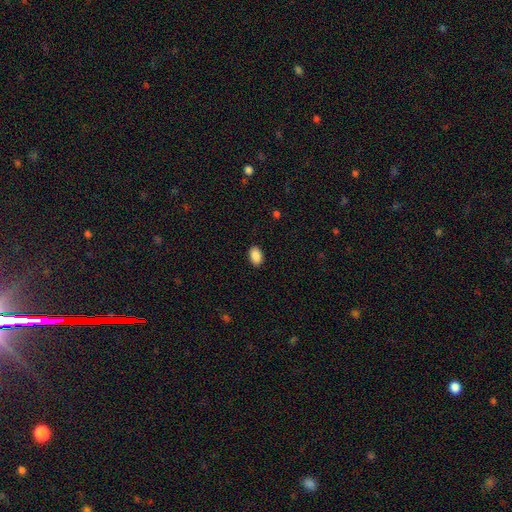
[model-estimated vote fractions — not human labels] Smooth or featured: smooth — 90% (star or artifact — 7%)
How rounded: in between — 90% (round — 9%)
Merging: none — 89% (minor disturbance — 8%)